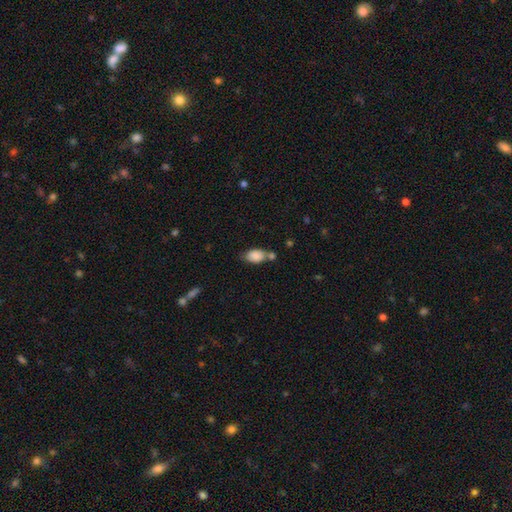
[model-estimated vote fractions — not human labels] smooth-or-featured: smooth: 87% | star or artifact: 8% | featured or disk: 6%
  how-rounded: in between: 87% | round: 11% | cigar-shaped: 2%
  merging: none: 51% | merger: 23% | minor disturbance: 20% | major disturbance: 6%